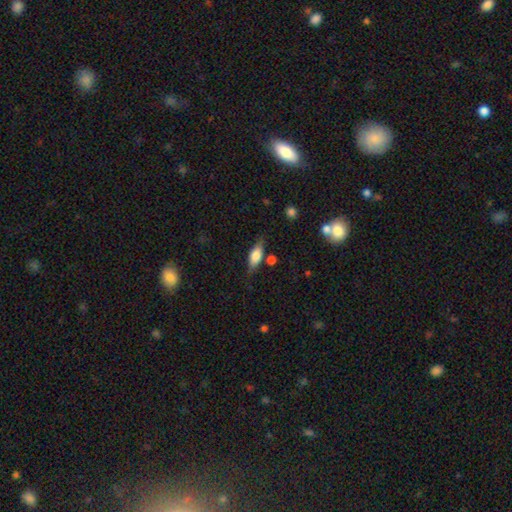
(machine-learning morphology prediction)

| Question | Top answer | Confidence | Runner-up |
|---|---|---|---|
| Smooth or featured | smooth | 66% | featured or disk (27%) |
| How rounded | in between | 71% | cigar-shaped (25%) |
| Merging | none | 73% | minor disturbance (18%) |